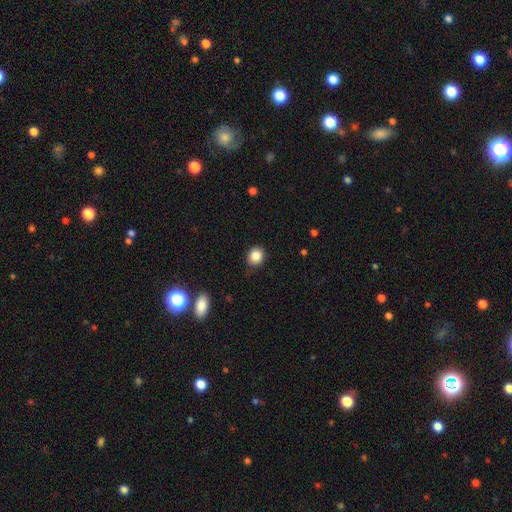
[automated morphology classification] Smooth or featured? smooth (85%)
How rounded? round (72%)
Merging? none (84%)